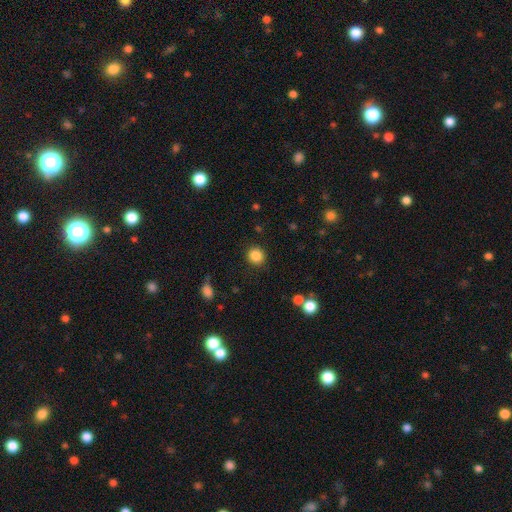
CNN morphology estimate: Smooth or featured? Predicted: smooth (p=0.86). How rounded? Predicted: round (p=0.88). Merging? Predicted: none (p=0.89).